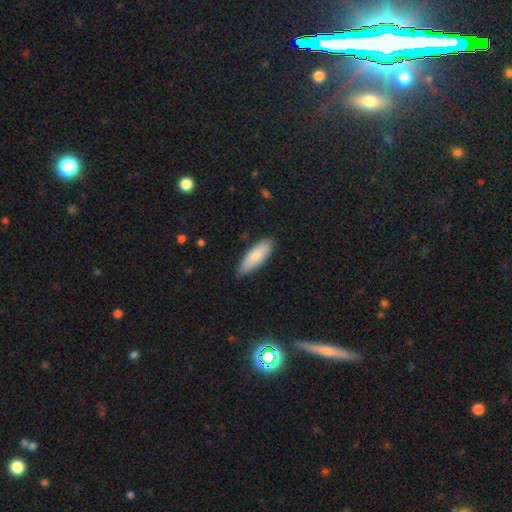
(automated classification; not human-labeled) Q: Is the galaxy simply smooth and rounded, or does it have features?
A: smooth — 81%.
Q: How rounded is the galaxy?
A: in between — 62%.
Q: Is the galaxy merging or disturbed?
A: none — 84%.